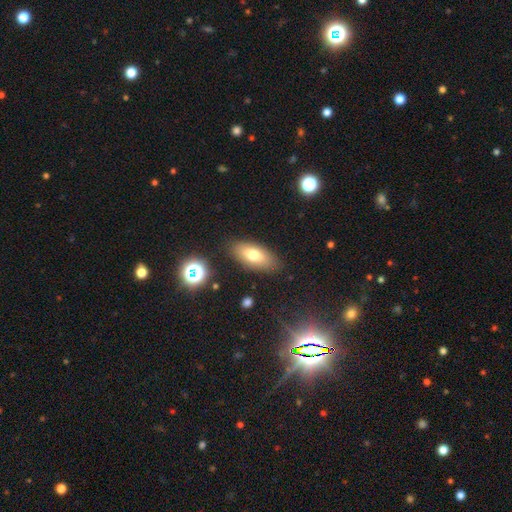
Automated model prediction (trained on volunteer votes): Smooth or featured?
  - smooth: 73% *
  - featured or disk: 18%
  - star or artifact: 9%
How rounded?
  - in between: 85% *
  - cigar-shaped: 11%
  - round: 4%
Merging?
  - none: 84% *
  - minor disturbance: 11%
  - major disturbance: 3%
  - merger: 2%